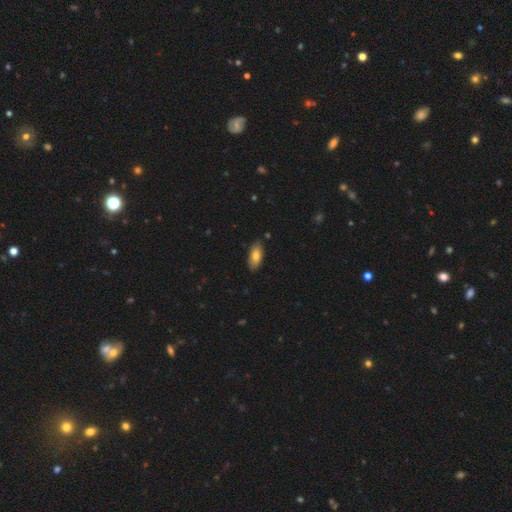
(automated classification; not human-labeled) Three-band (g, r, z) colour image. It shows a smooth galaxy with no disk features (77%) that is in between round and cigar-shaped (88%). Merging: none (86%).